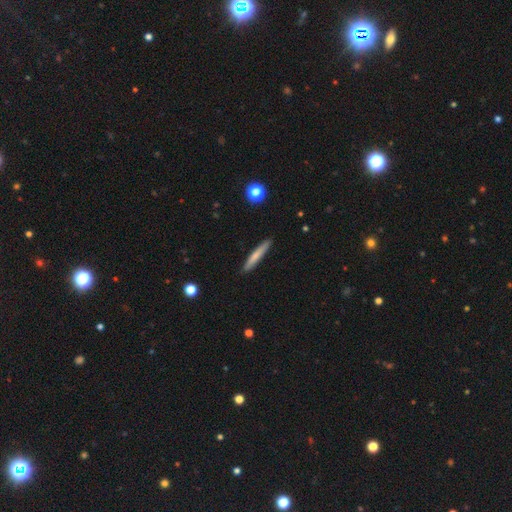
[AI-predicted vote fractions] Morphology: type=smooth (69%); roundness=cigar-shaped (95%); merging=none (90%).